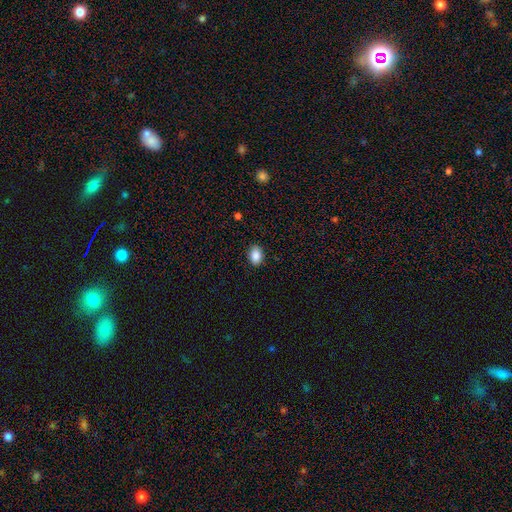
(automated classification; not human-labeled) Smooth or featured: smooth — 87% (star or artifact — 9%)
How rounded: in between — 77% (round — 22%)
Merging: none — 87% (minor disturbance — 10%)